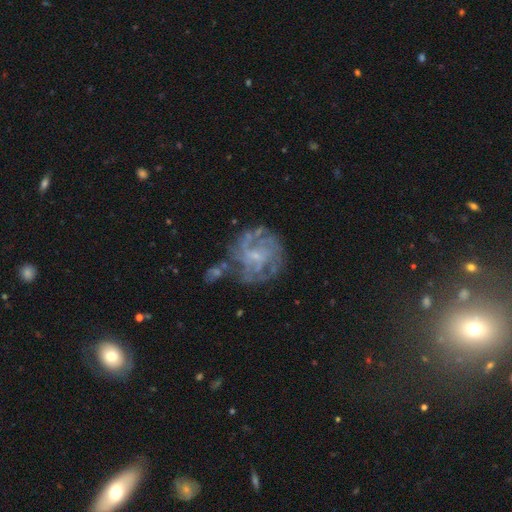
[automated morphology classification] featured or disk 77%, smooth 14%, star or artifact 10%. Down the decision tree: edge-on disk — no (98%); bar — no (54%); spiral arms — yes (72%); spiral arm count — can't tell (50%); spiral winding — tight (47%); bulge size — small (67%); merging — none (54%).